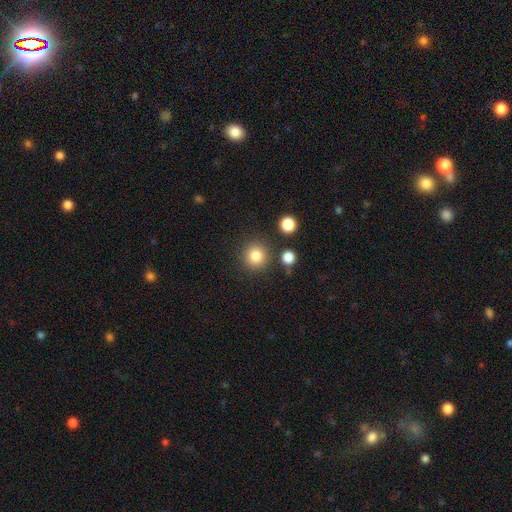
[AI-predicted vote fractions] Smooth or featured? smooth (83%)
How rounded? round (93%)
Merging? none (85%)